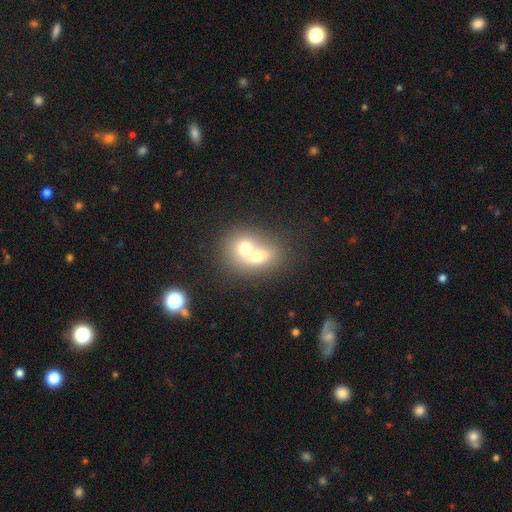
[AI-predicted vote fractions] Smooth or featured? Predicted: smooth (p=0.62). How rounded? Predicted: round (p=0.58). Merging? Predicted: merger (p=0.73).